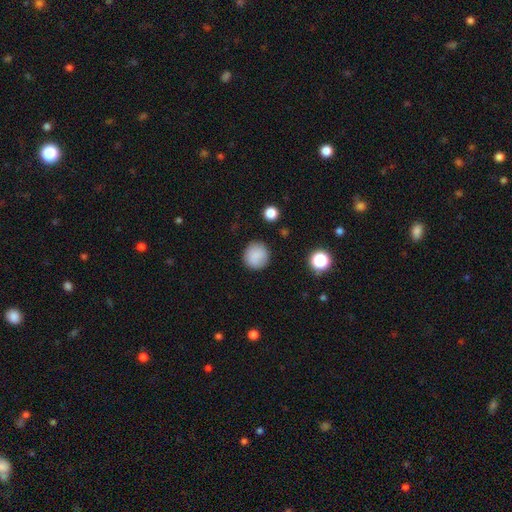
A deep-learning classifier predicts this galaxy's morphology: Q: Smooth or featured?
A: smooth (85%); runner-up: star or artifact (9%)
Q: How rounded?
A: round (91%); runner-up: in between (8%)
Q: Merging?
A: none (87%); runner-up: minor disturbance (9%)